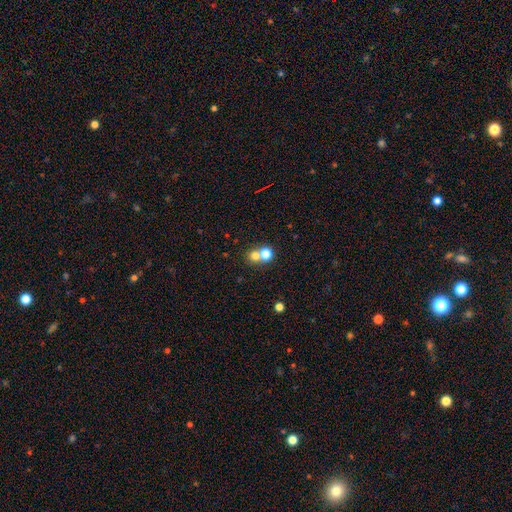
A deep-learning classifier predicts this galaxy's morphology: Smooth or featured? smooth (72%)
How rounded? round (84%)
Merging? merger (47%)